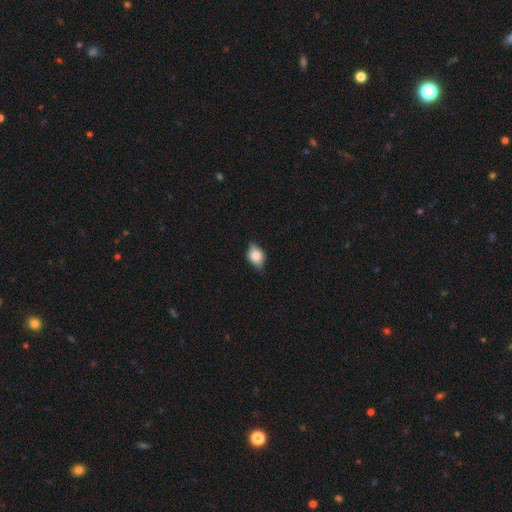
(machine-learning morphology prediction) Smooth or featured? Predicted: smooth (p=0.69). How rounded? Predicted: in between (p=0.77). Merging? Predicted: none (p=0.76).